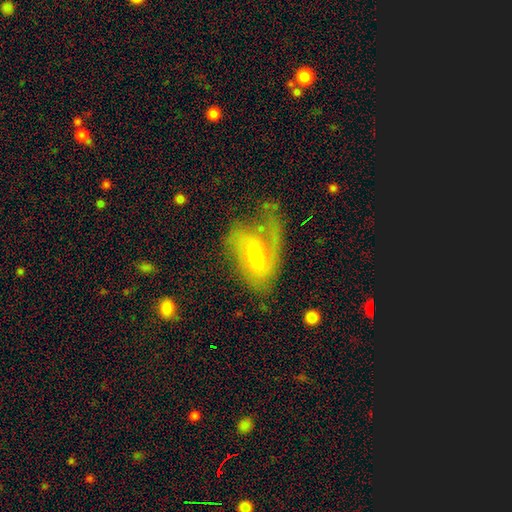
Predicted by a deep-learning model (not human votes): Smooth or featured: featured or disk — 72% (smooth — 21%)
Edge-on disk: no — 94% (yes — 6%)
Bar: weak — 45% (no — 40%)
Spiral arms: yes — 85% (no — 15%)
Spiral winding: medium — 43% (loose — 29%)
Spiral arm count: 2 — 40% (1 — 38%)
Bulge size: moderate — 57% (small — 33%)
Merging: none — 41% (major disturbance — 31%)